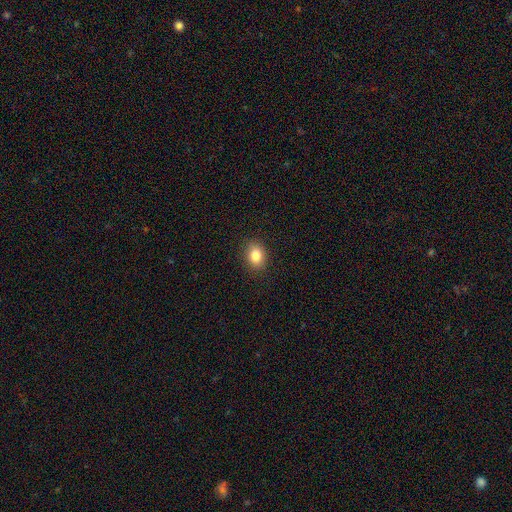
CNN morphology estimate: Smooth or featured? smooth (83%)
How rounded? in between (60%)
Merging? none (89%)